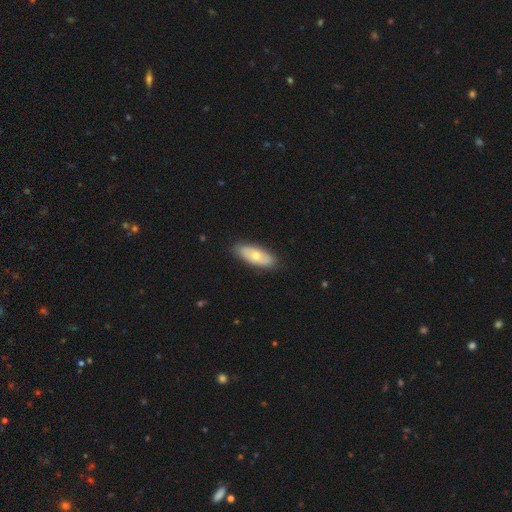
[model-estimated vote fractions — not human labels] A smooth galaxy with no disk features (59%) that is in between round and cigar-shaped (78%). Merging: none (85%).